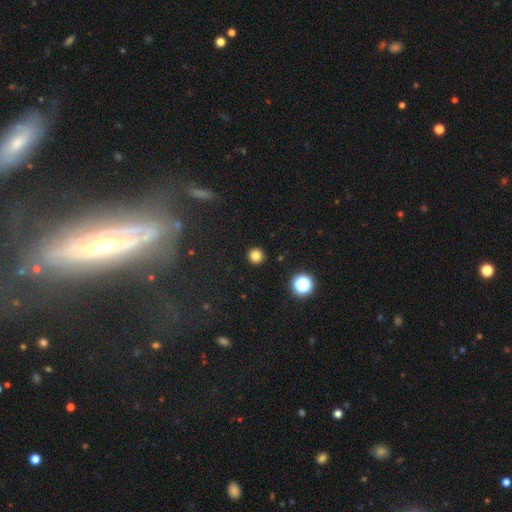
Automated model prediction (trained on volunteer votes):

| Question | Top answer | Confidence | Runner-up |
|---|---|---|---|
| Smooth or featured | smooth | 81% | star or artifact (15%) |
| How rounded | round | 94% | in between (5%) |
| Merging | none | 91% | minor disturbance (5%) |